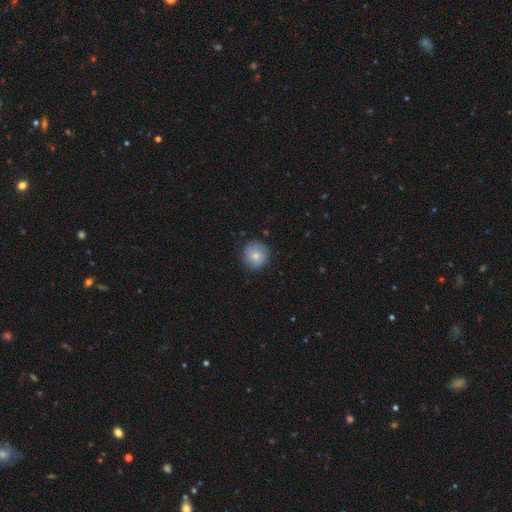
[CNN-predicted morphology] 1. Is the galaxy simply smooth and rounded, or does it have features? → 73% smooth, 19% featured or disk, 8% star or artifact.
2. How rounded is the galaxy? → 92% round, 7% in between, 1% cigar-shaped.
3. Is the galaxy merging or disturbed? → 83% none, 13% minor disturbance, 3% major disturbance, 1% merger.